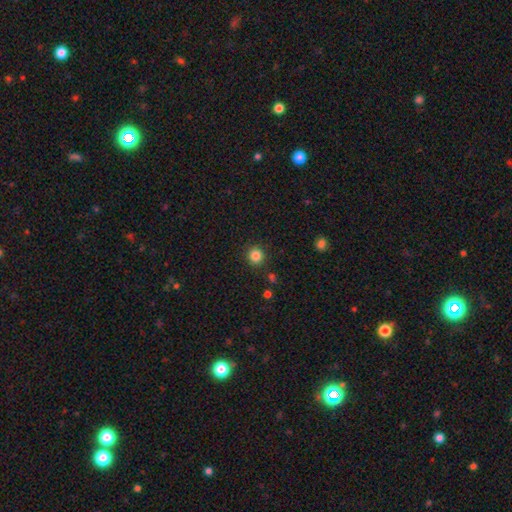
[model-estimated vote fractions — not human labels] This appears to be a smooth galaxy with no disk features (84%) that is round (93%). Merging: none (90%).